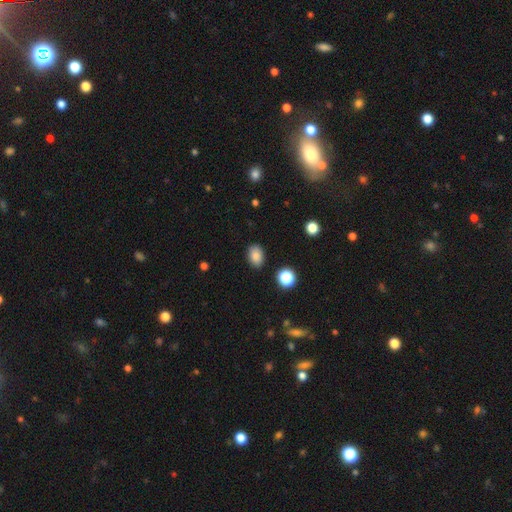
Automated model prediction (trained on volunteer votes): Q: Smooth or featured?
A: smooth (85%); runner-up: star or artifact (10%)
Q: How rounded?
A: in between (78%); runner-up: round (21%)
Q: Merging?
A: none (87%); runner-up: minor disturbance (9%)